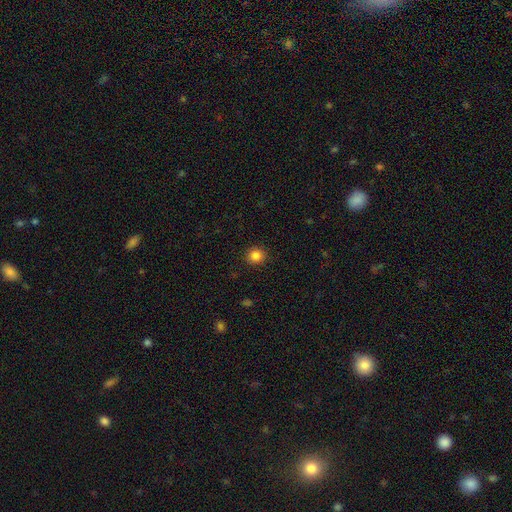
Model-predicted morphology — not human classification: smooth 85%, star or artifact 11%, featured or disk 4%. Down the decision tree: how rounded — round (90%); merging — none (91%).